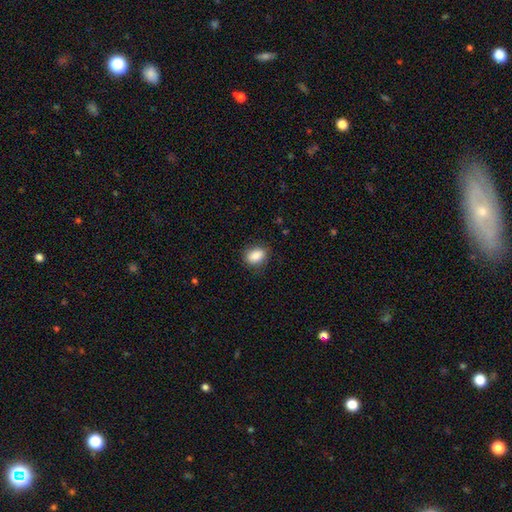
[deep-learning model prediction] Smooth or featured?
  - smooth: 88% *
  - star or artifact: 8%
  - featured or disk: 4%
How rounded?
  - in between: 77% *
  - round: 21%
  - cigar-shaped: 1%
Merging?
  - none: 83% *
  - minor disturbance: 12%
  - major disturbance: 3%
  - merger: 1%